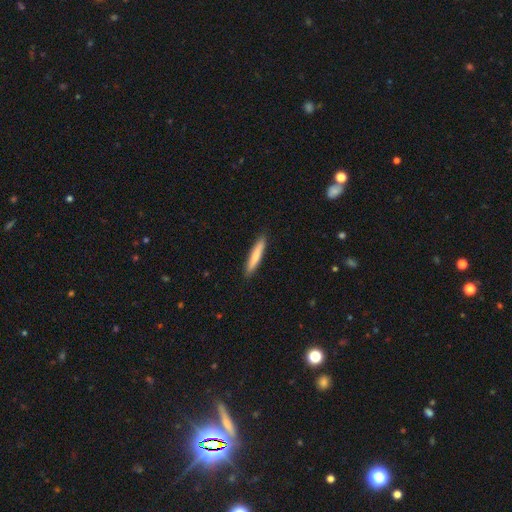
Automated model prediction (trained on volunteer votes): Overall: smooth (75%). How rounded: cigar-shaped (92%). Merging: none (91%).